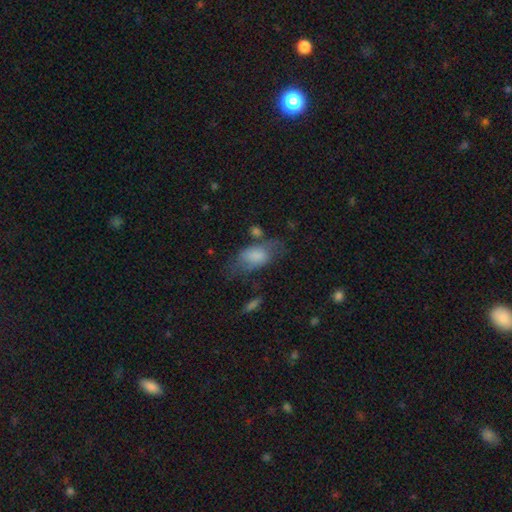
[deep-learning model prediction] smooth 72%, featured or disk 20%, star or artifact 8%. Down the decision tree: how rounded — in between (90%); merging — none (37%).